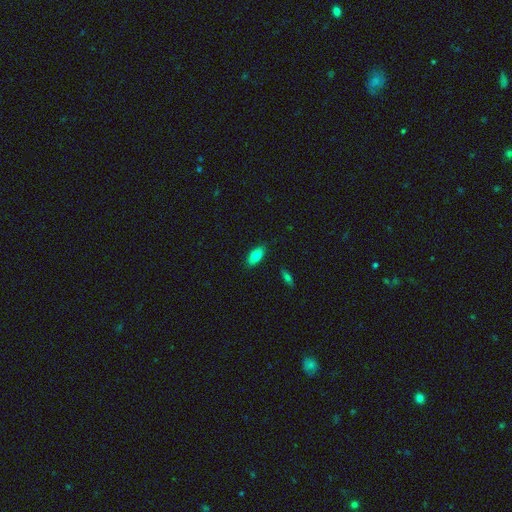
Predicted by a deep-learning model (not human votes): A smooth galaxy with no disk features (81%) that is in between round and cigar-shaped (87%).

Vote fractions:
- Smooth or featured? smooth: 81% / featured or disk: 11% / star or artifact: 7%
- How rounded? in between: 87% / cigar-shaped: 10% / round: 3%
- Merging? none: 86% / minor disturbance: 10% / major disturbance: 2% / merger: 1%